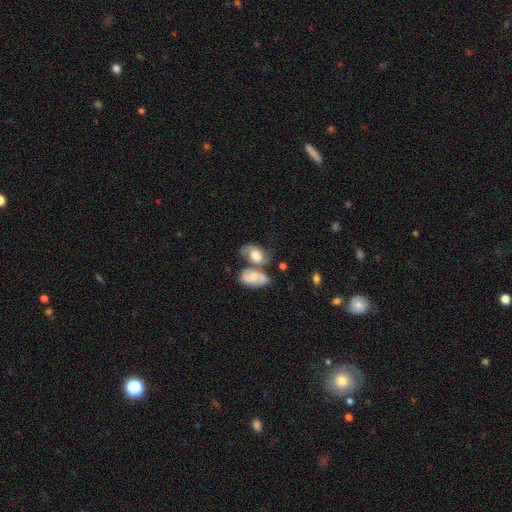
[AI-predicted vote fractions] This appears to be a featured or disk galaxy (48%). Merging: merger (49%).